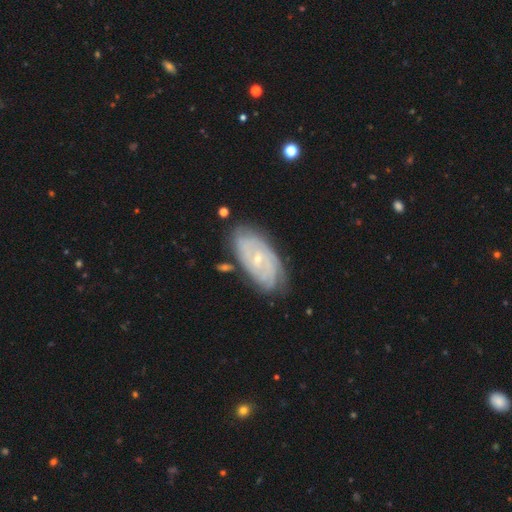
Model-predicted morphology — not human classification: smooth_or_featured: featured or disk (p=0.71) [alt: smooth p=0.19]
disk_edge_on: no (p=0.92) [alt: yes p=0.08]
bar: no (p=0.71) [alt: weak p=0.23]
has_spiral_arms: yes (p=0.87) [alt: no p=0.13]
spiral_winding: tight (p=0.74) [alt: medium p=0.20]
spiral_arm_count: can't tell (p=0.48) [alt: 2 p=0.24]
bulge_size: small (p=0.74) [alt: moderate p=0.23]
merging: none (p=0.81) [alt: minor disturbance p=0.13]